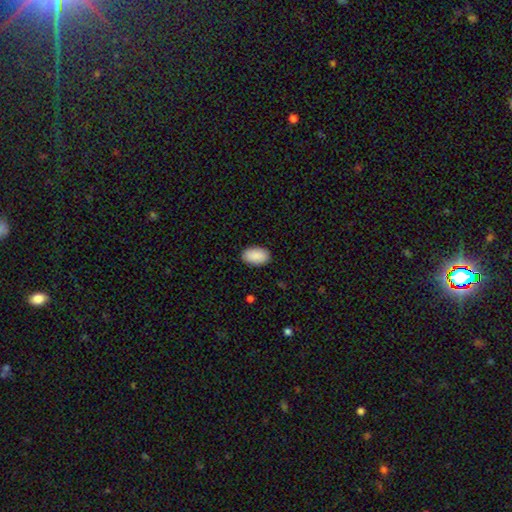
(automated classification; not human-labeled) Smooth or featured? Predicted: smooth (p=0.91). How rounded? Predicted: in between (p=0.94). Merging? Predicted: none (p=0.89).